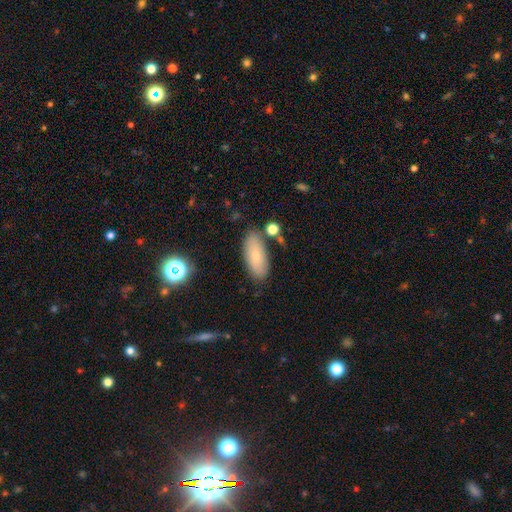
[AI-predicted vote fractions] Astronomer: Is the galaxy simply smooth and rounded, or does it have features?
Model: smooth — 76%.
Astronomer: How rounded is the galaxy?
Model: in between — 78%.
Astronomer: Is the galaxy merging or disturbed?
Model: none — 79%.